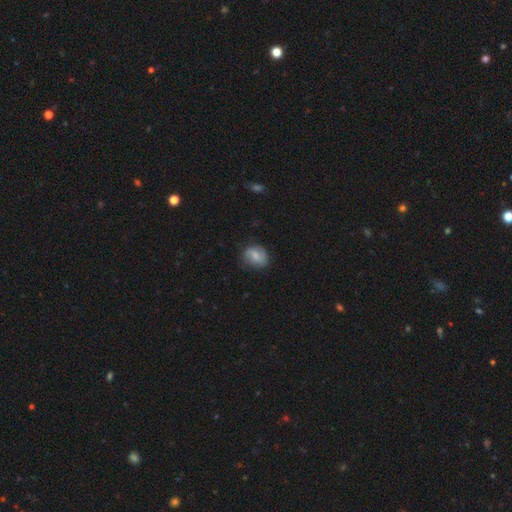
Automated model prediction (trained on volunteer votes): smooth 60%, featured or disk 33%, star or artifact 8%. Down the decision tree: how rounded — round (51%); merging — none (69%).